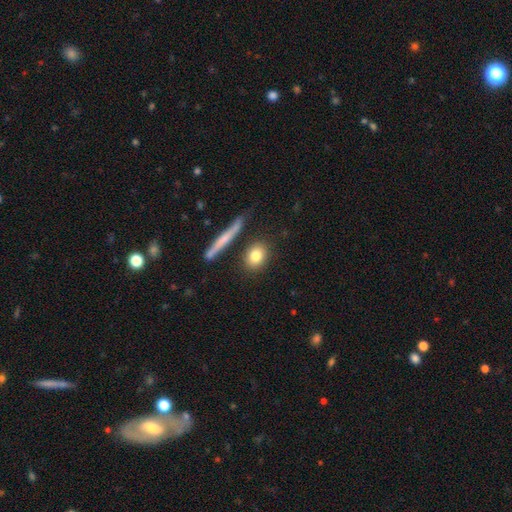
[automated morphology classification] type=smooth (80%); roundness=round (49%); merging=none (80%).